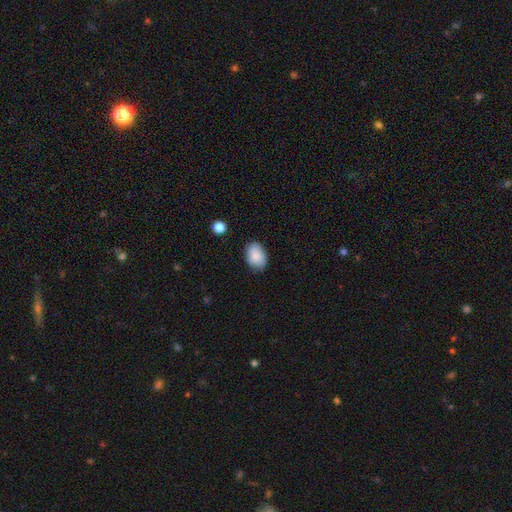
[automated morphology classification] Smooth or featured?
  - smooth: 84% *
  - featured or disk: 9%
  - star or artifact: 7%
How rounded?
  - in between: 80% *
  - round: 19%
  - cigar-shaped: 1%
Merging?
  - none: 80% *
  - minor disturbance: 15%
  - major disturbance: 3%
  - merger: 2%